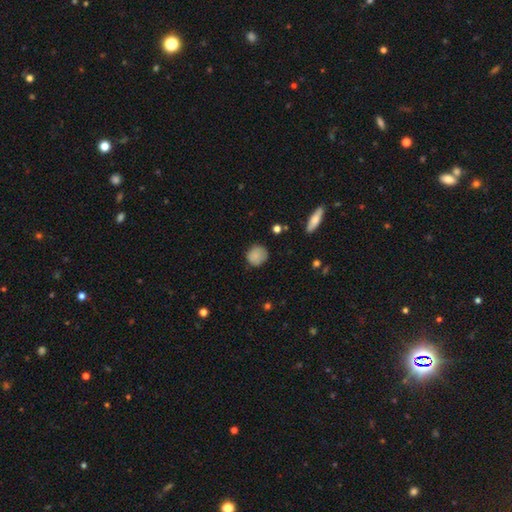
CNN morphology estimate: smooth 85%, star or artifact 8%, featured or disk 7%. Down the decision tree: how rounded — round (86%); merging — none (78%).